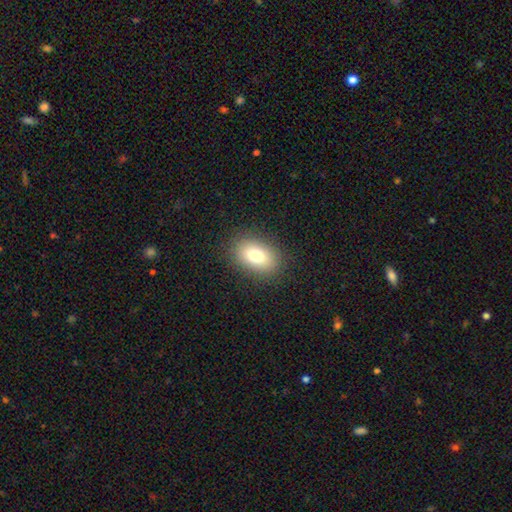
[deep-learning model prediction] The model was most divided on "how rounded": in between: 80%, round: 18%, cigar-shaped: 1%. More confident: merging — none (87%); smooth or featured — smooth (77%).